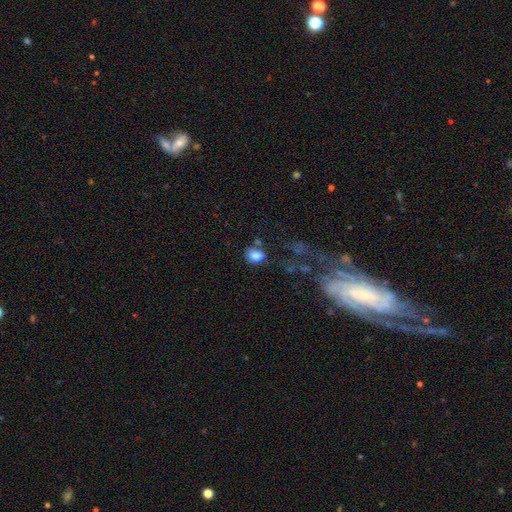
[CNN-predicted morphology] Smooth or featured? smooth (82%)
How rounded? in between (67%)
Merging? none (57%)